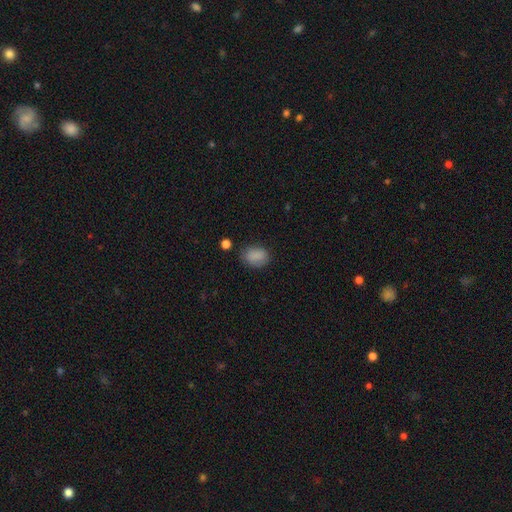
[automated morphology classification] Smooth or featured? smooth (85%)
How rounded? in between (72%)
Merging? none (73%)